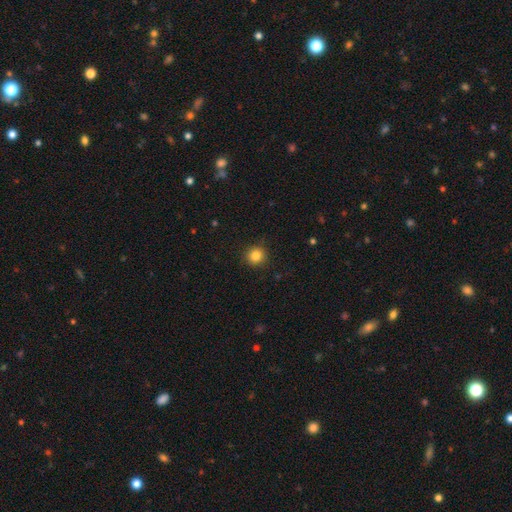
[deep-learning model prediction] A smooth galaxy with no disk features (84%) that is round (92%). Merging: none (90%).